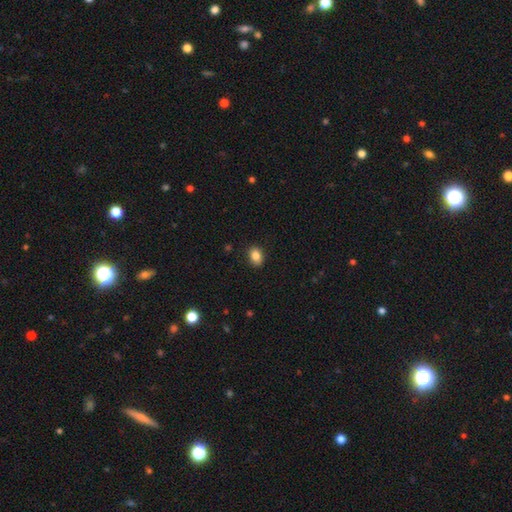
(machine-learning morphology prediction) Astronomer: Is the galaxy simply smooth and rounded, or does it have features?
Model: smooth — 85%.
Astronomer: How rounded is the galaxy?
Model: in between — 71%.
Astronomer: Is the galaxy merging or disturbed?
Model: none — 87%.